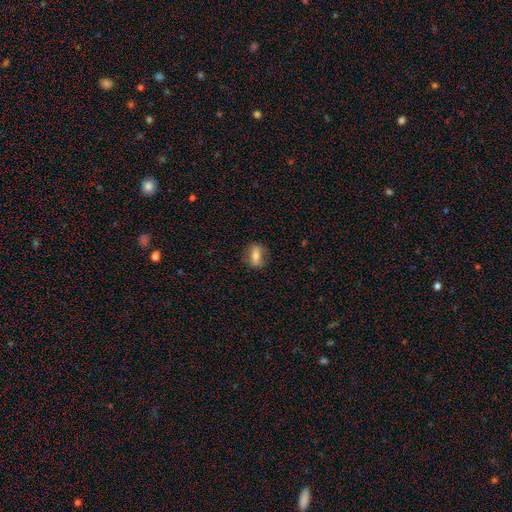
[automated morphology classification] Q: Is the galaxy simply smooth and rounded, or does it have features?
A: smooth — 58%.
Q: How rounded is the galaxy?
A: in between — 62%.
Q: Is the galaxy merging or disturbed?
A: none — 83%.